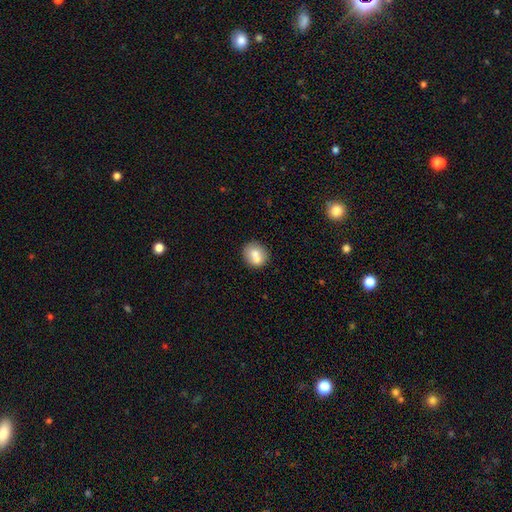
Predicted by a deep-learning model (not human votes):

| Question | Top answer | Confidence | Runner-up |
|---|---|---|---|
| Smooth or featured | smooth | 72% | featured or disk (20%) |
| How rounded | round | 74% | in between (25%) |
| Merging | none | 55% | merger (30%) |